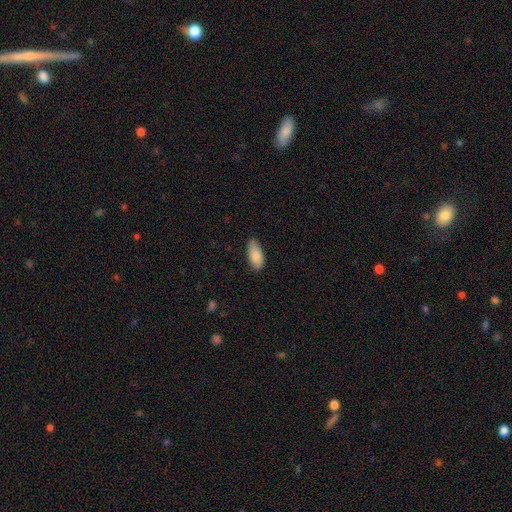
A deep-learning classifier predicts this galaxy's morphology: Overall: smooth (86%). How rounded: in between (88%). Merging: none (77%).